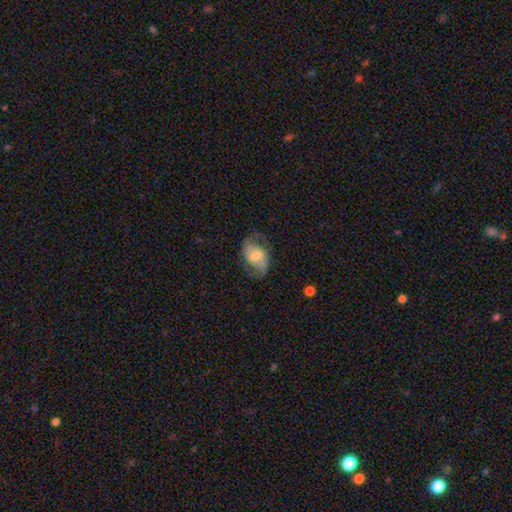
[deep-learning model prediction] A featured or disk galaxy (60%) with a weak bar (47%), spiral arms (80%) and a moderate central bulge (55%).

Vote fractions:
- Smooth or featured? featured or disk: 60% / smooth: 33% / star or artifact: 7%
- Edge-on disk? no: 95% / yes: 5%
- Bar? weak: 47% / no: 30% / strong: 22%
- Spiral arms? yes: 80% / no: 20%
- Bulge size? moderate: 55% / small: 30% / large: 10% / none: 4% / dominant: 2%
- Merging? none: 63% / minor disturbance: 21% / major disturbance: 15% / merger: 1%